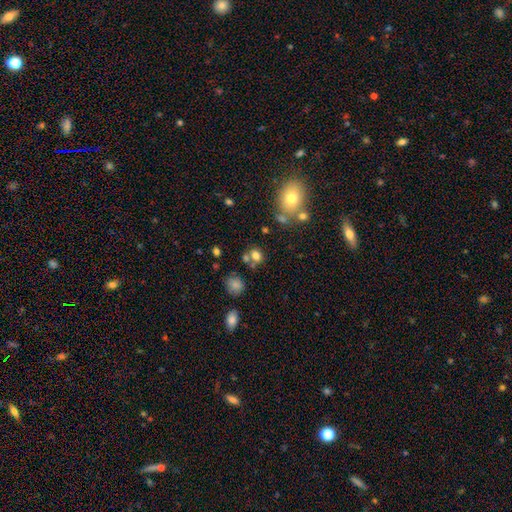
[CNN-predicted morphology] smooth_or_featured: smooth (p=0.75) [alt: star or artifact p=0.15]
how_rounded: round (p=0.67) [alt: in between p=0.32]
merging: none (p=0.58) [alt: merger p=0.24]